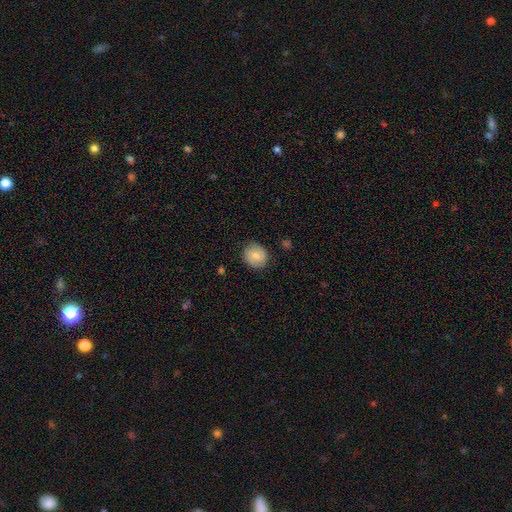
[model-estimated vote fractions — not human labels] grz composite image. It shows a smooth galaxy with no disk features (71%) that is round (78%). Merging: none (84%).